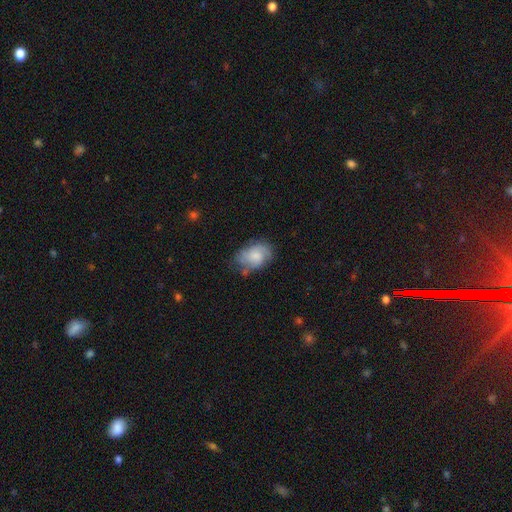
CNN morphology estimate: The model was most divided on "smooth or featured": smooth: 47%, featured or disk: 45%, star or artifact: 8%. More confident: merging — none (54%).